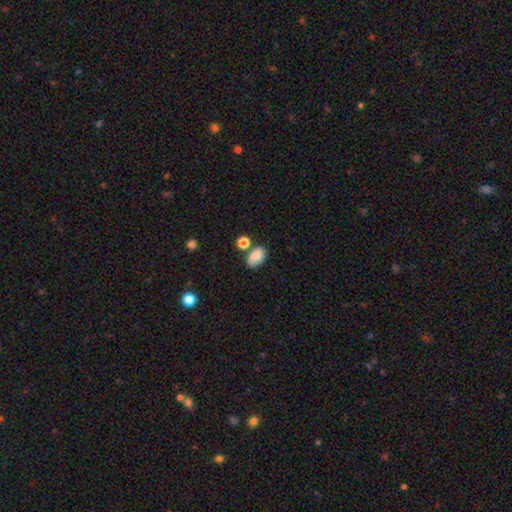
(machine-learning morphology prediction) This is likely a smooth galaxy (79%). How rounded: clearly in between (85%). Merging: possibly none (58%).